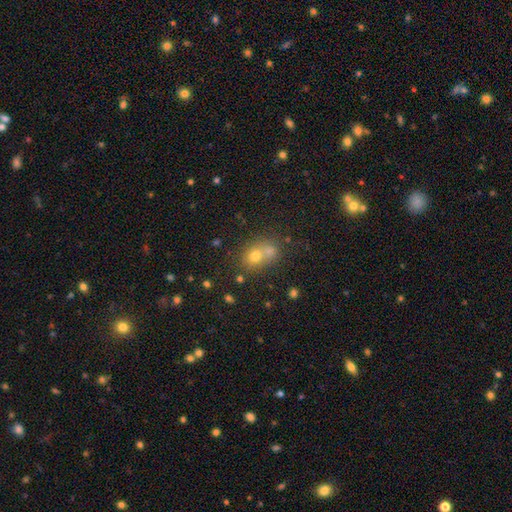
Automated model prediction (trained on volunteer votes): Smooth or featured? smooth (66%)
How rounded? round (63%)
Merging? merger (55%)